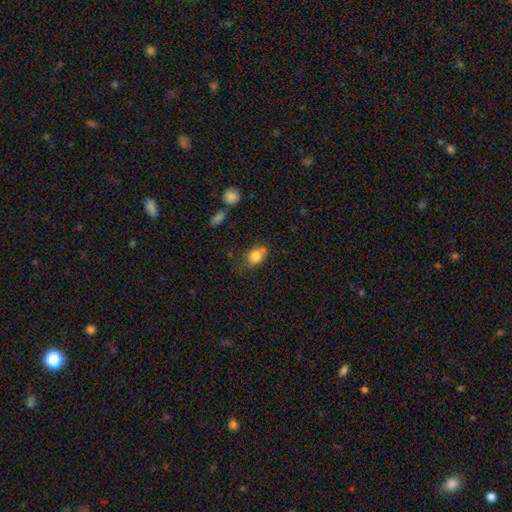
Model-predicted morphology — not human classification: Smooth or featured? smooth (81%)
How rounded? in between (52%)
Merging? none (49%)